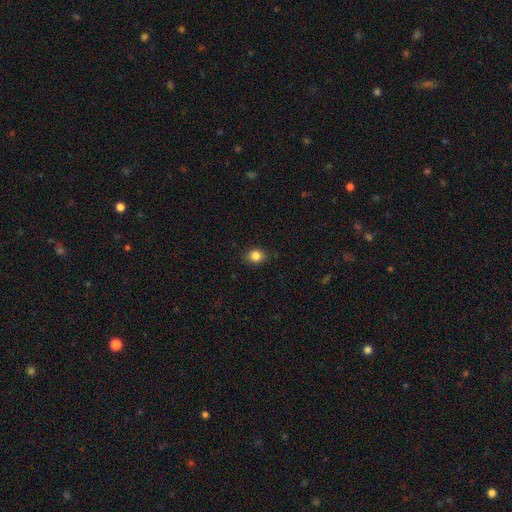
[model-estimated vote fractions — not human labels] The model was most divided on "how rounded": round: 63%, in between: 36%, cigar-shaped: 1%. More confident: merging — none (88%); smooth or featured — smooth (85%).